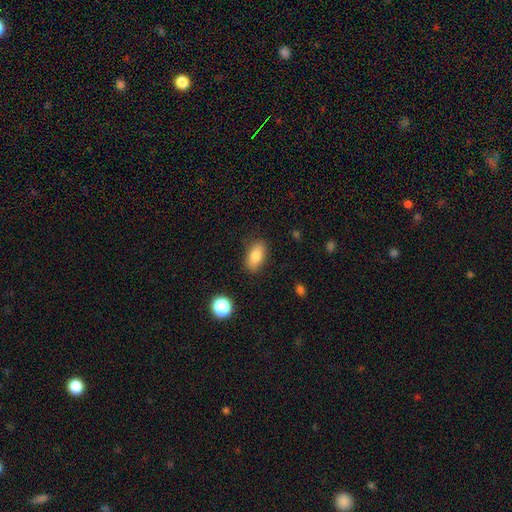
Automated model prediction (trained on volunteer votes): A smooth galaxy with no disk features (83%) that is in between round and cigar-shaped (88%).

Vote fractions:
- Smooth or featured? smooth: 83% / featured or disk: 9% / star or artifact: 8%
- How rounded? in between: 88% / cigar-shaped: 6% / round: 6%
- Merging? none: 85% / minor disturbance: 11% / major disturbance: 3% / merger: 2%